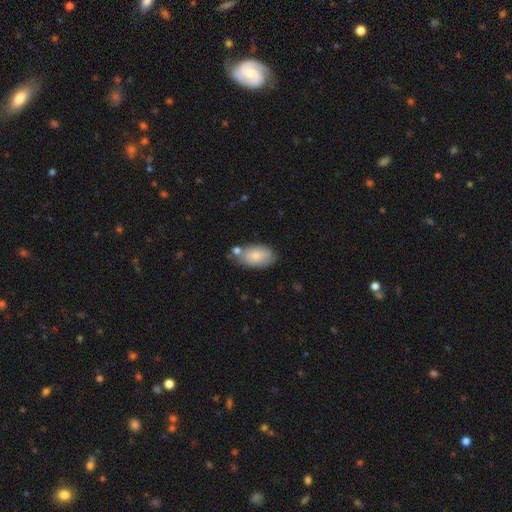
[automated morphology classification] A smooth galaxy with no disk features (78%) that is in between round and cigar-shaped (94%). Merging: none (60%).